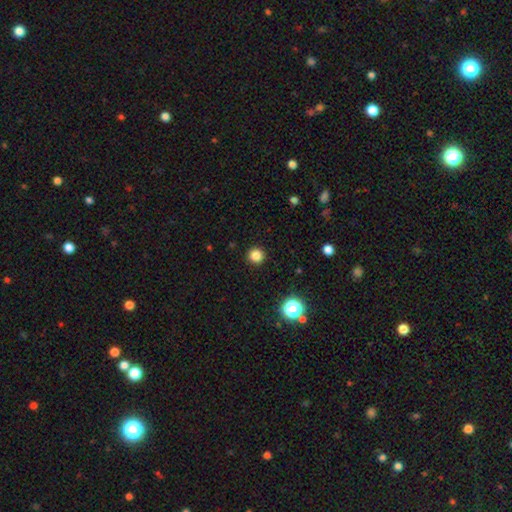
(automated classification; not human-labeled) smooth-or-featured: smooth: 83% | star or artifact: 13% | featured or disk: 3%
  how-rounded: round: 94% | in between: 5% | cigar-shaped: 1%
  merging: none: 92% | minor disturbance: 5% | major disturbance: 2% | merger: 1%